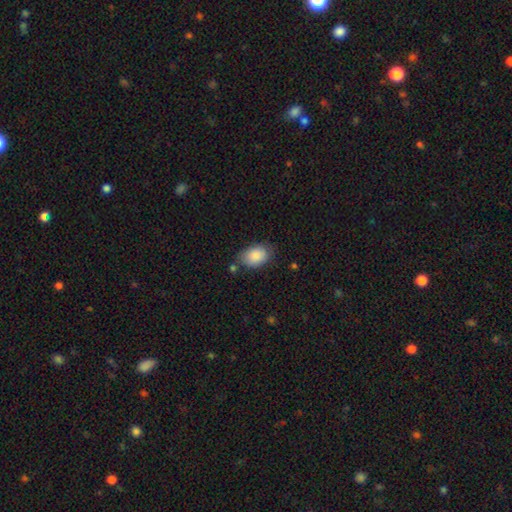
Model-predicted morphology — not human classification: Smooth or featured?
  - smooth: 87% *
  - star or artifact: 7%
  - featured or disk: 7%
How rounded?
  - in between: 87% *
  - round: 12%
  - cigar-shaped: 1%
Merging?
  - none: 71% *
  - minor disturbance: 20%
  - major disturbance: 5%
  - merger: 4%